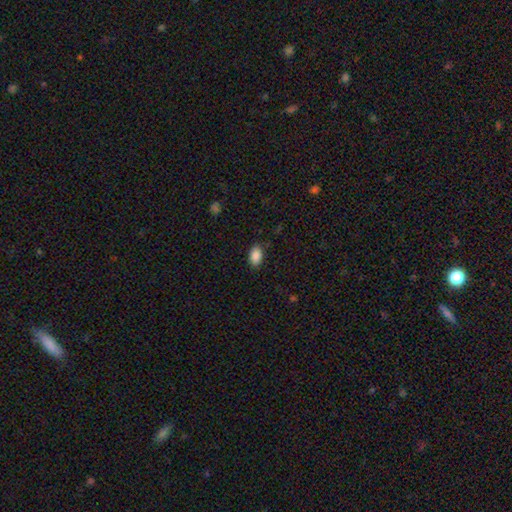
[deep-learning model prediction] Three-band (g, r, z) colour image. It shows a smooth galaxy with no disk features (88%) that is in between round and cigar-shaped (90%). Merging: none (86%).